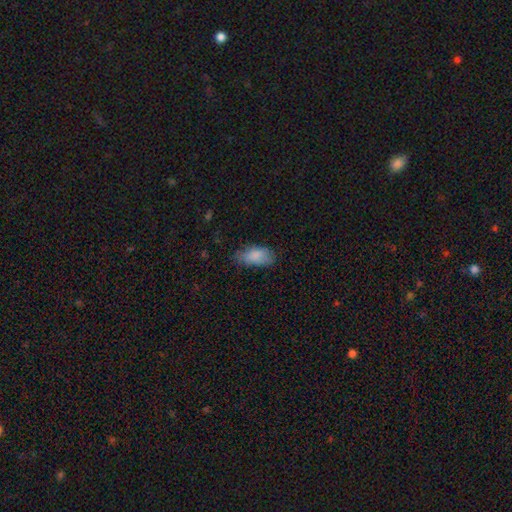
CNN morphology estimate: Smooth or featured? smooth (84%)
How rounded? in between (92%)
Merging? none (64%)